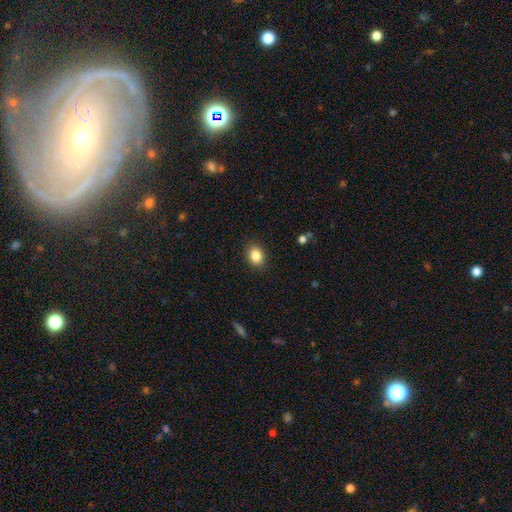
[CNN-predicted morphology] Smooth or featured?
  - smooth: 85% *
  - star or artifact: 9%
  - featured or disk: 5%
How rounded?
  - in between: 56% *
  - round: 43%
  - cigar-shaped: 1%
Merging?
  - none: 89% *
  - minor disturbance: 8%
  - major disturbance: 2%
  - merger: 1%